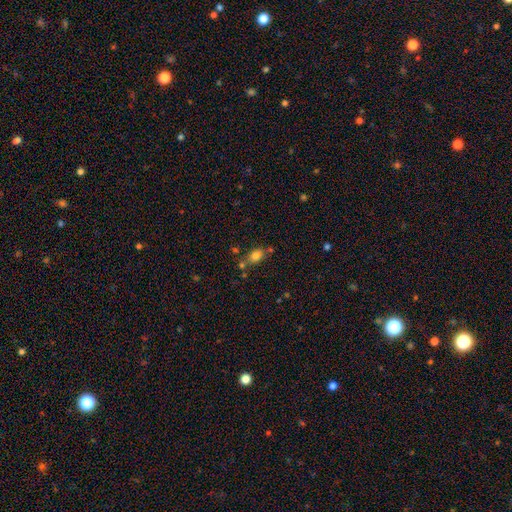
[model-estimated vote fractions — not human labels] Smooth or featured? Predicted: smooth (p=0.77). How rounded? Predicted: in between (p=0.68). Merging? Predicted: none (p=0.59).